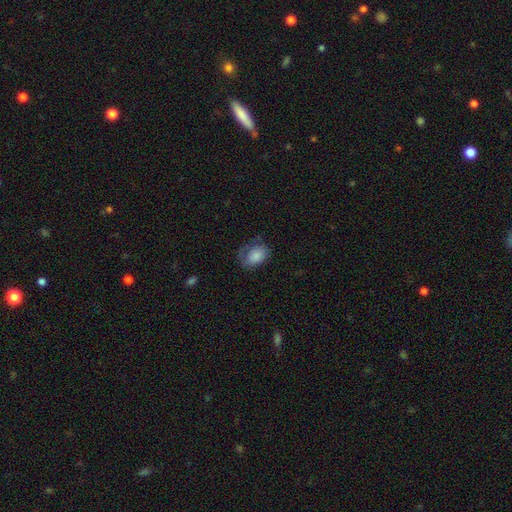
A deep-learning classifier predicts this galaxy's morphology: A smooth galaxy with no disk features (78%) that is in between round and cigar-shaped (82%).

Vote fractions:
- Smooth or featured? smooth: 78% / featured or disk: 15% / star or artifact: 8%
- How rounded? in between: 82% / round: 17% / cigar-shaped: 1%
- Merging? none: 48% / minor disturbance: 29% / major disturbance: 21% / merger: 2%